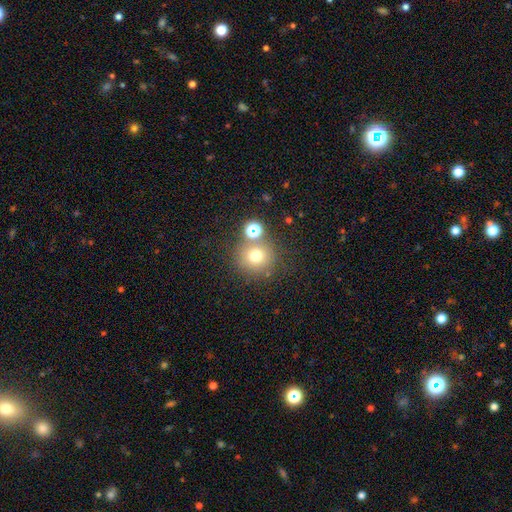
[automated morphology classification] The model was most divided on "merging": none: 69%, merger: 16%, minor disturbance: 10%, major disturbance: 5%. More confident: how rounded — round (91%); smooth or featured — smooth (71%).